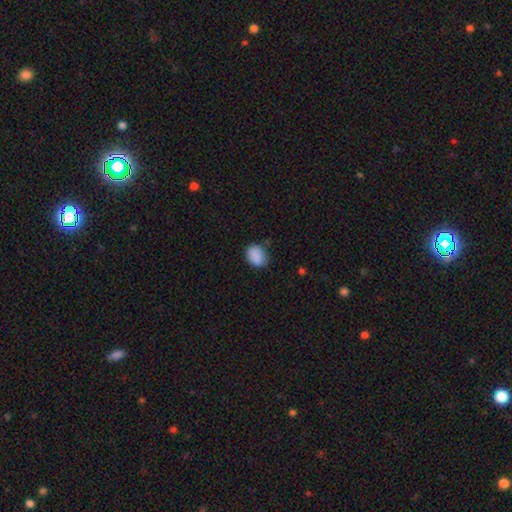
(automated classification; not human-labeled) Morphology: type=smooth (87%); roundness=in between (58%); merging=none (73%).